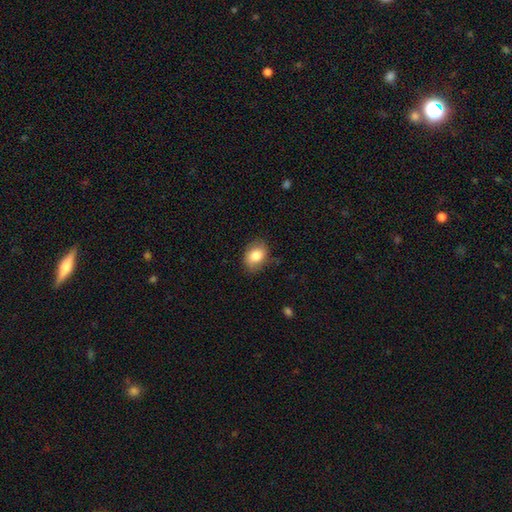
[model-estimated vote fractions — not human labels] This is clearly a smooth galaxy (82%). How rounded: likely in between (74%). Merging: likely none (79%).